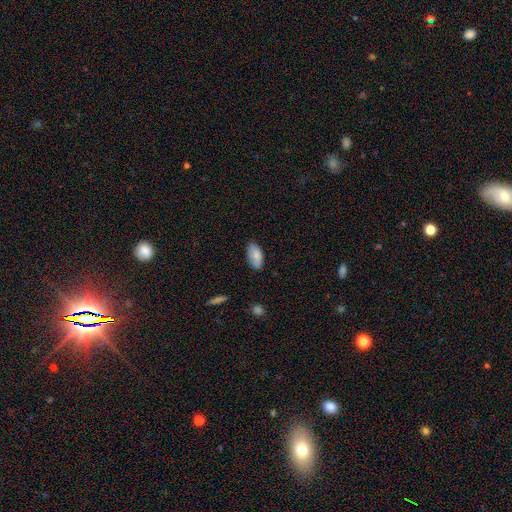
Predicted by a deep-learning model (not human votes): This appears to be a smooth galaxy with no disk features (85%) that is in between round and cigar-shaped (94%). Merging: none (82%).